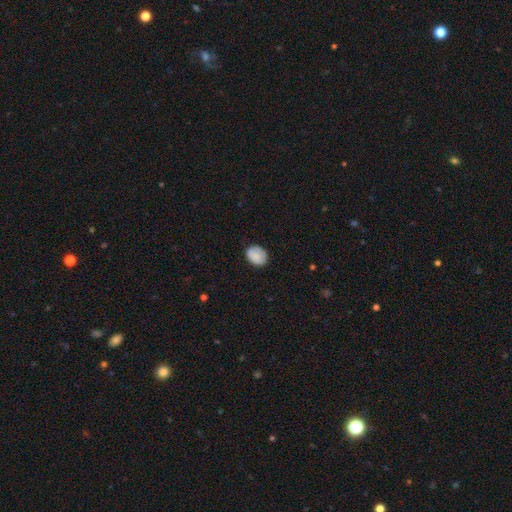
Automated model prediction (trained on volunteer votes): Q: Smooth or featured?
A: smooth (85%); runner-up: featured or disk (8%)
Q: How rounded?
A: in between (56%); runner-up: round (43%)
Q: Merging?
A: none (80%); runner-up: minor disturbance (16%)